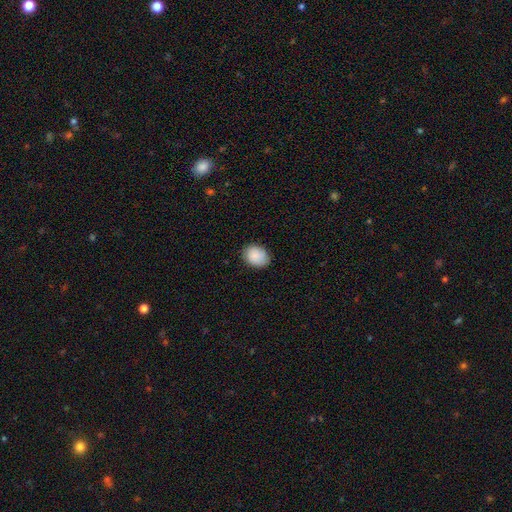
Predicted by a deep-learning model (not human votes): smooth 88%, star or artifact 7%, featured or disk 5%. Down the decision tree: how rounded — in between (59%); merging — none (81%).